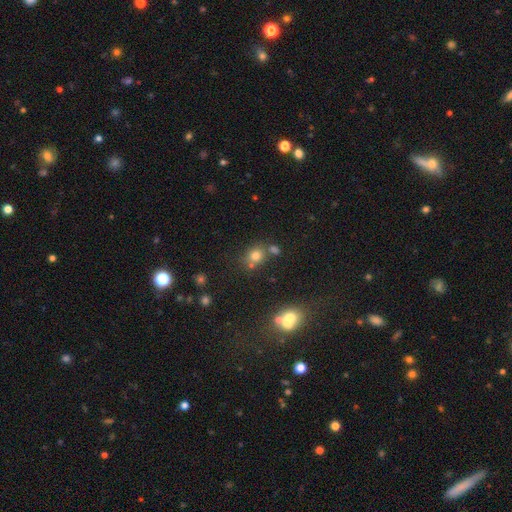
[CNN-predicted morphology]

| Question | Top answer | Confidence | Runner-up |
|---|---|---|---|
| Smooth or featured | smooth | 73% | star or artifact (17%) |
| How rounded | round | 72% | in between (27%) |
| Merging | none | 62% | merger (22%) |